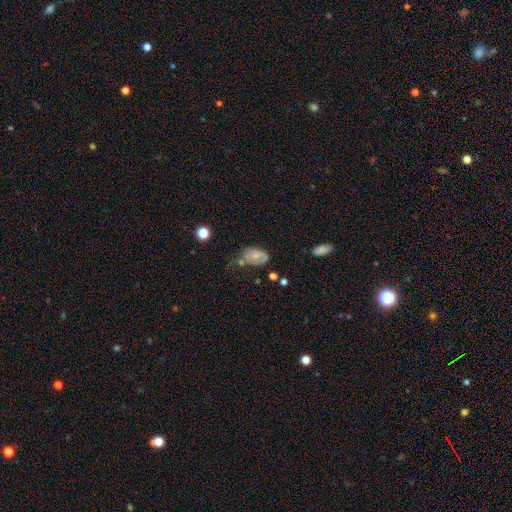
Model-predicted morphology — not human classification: smooth_or_featured: smooth (p=0.51) [alt: featured or disk p=0.39]
how_rounded: in between (p=0.89) [alt: round p=0.09]
merging: none (p=0.37) [alt: minor disturbance p=0.30]